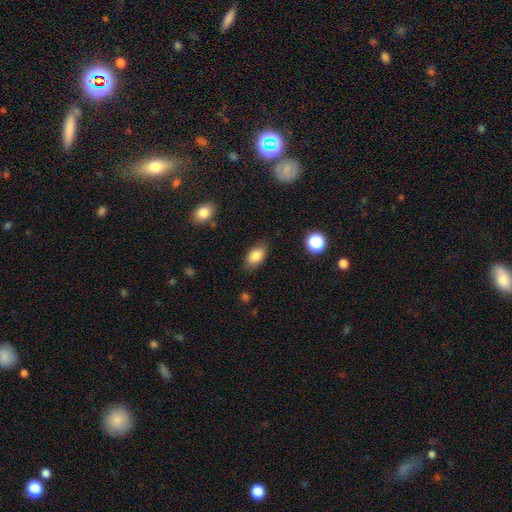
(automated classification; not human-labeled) Smooth or featured?
  - smooth: 83% *
  - star or artifact: 8%
  - featured or disk: 8%
How rounded?
  - in between: 89% *
  - round: 9%
  - cigar-shaped: 2%
Merging?
  - none: 82% *
  - minor disturbance: 14%
  - major disturbance: 3%
  - merger: 1%